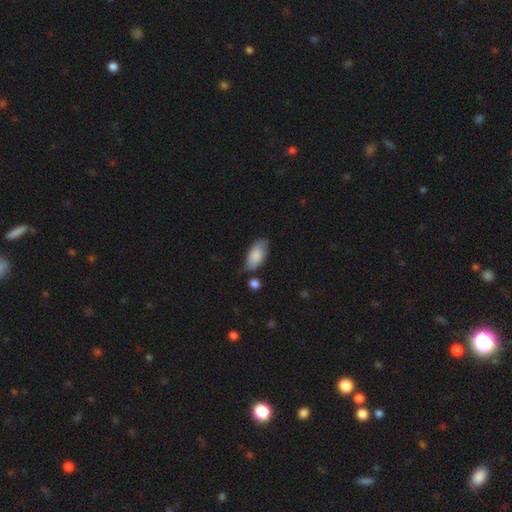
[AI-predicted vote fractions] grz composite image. It shows a smooth galaxy with no disk features (84%) that is in between round and cigar-shaped (93%). Merging: none (67%).